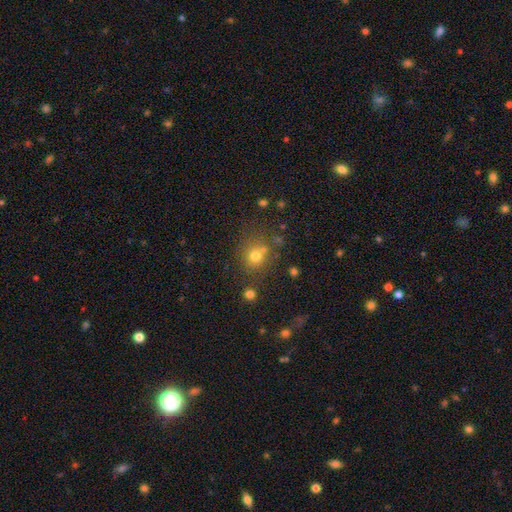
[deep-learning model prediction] Q: Smooth or featured?
A: smooth (73%); runner-up: star or artifact (18%)
Q: How rounded?
A: round (85%); runner-up: in between (14%)
Q: Merging?
A: none (68%); runner-up: merger (15%)